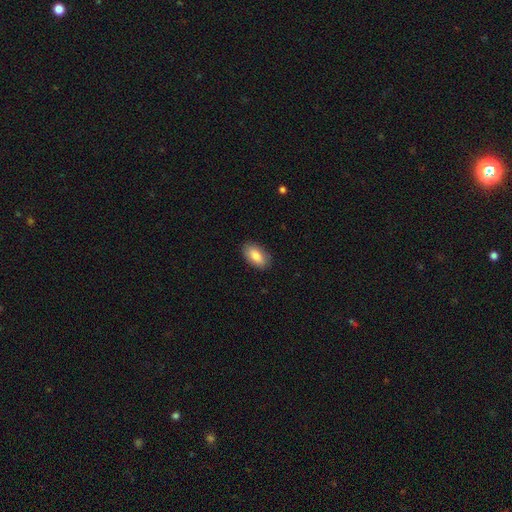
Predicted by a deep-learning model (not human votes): Smooth or featured: smooth — 85% (featured or disk — 9%)
How rounded: in between — 93% (round — 4%)
Merging: none — 87% (minor disturbance — 9%)